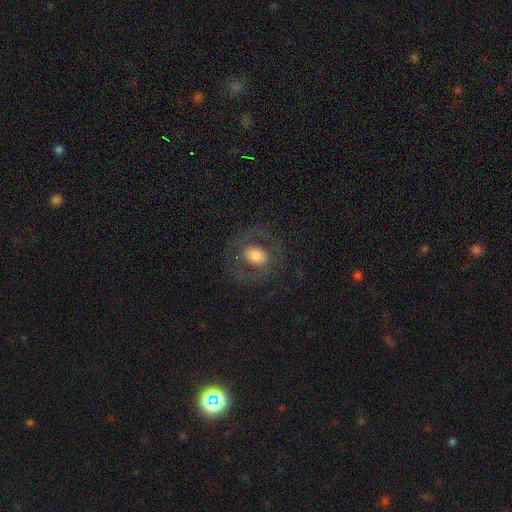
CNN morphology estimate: Overall: smooth (50%; featured or disk 42%). Merging: none (71%).